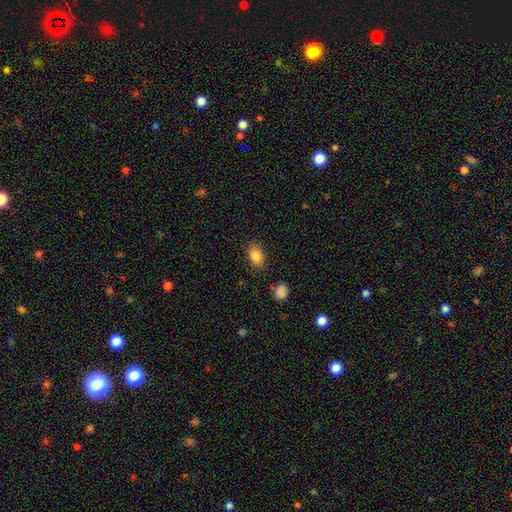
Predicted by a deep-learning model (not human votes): This appears to be a smooth galaxy with no disk features (84%) that is in between round and cigar-shaped (84%). Merging: none (81%).